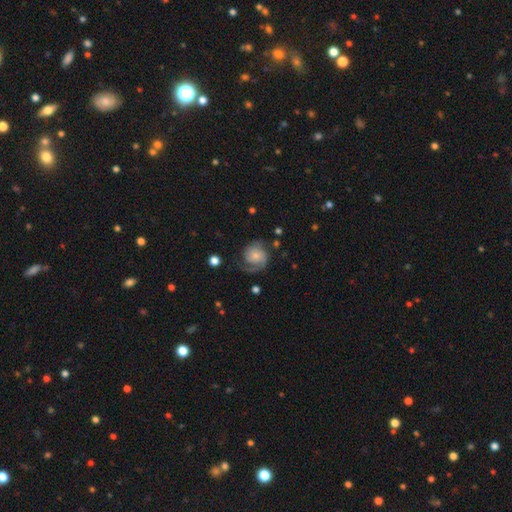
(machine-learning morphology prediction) The model was most divided on "spiral winding": medium: 41%, tight: 36%, loose: 23%. More confident: edge-on disk — no (98%); spiral arms — yes (94%); bar — no (73%); smooth or featured — featured or disk (73%); bulge size — small (64%); spiral arm count — 2 (61%); merging — none (61%).